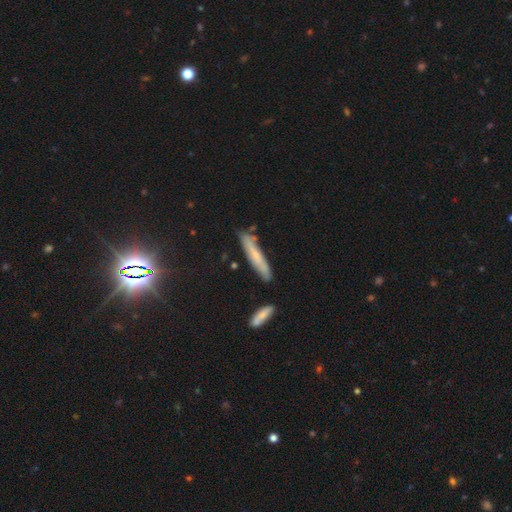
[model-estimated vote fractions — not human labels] This is possibly a smooth galaxy (53%). How rounded: clearly cigar-shaped (91%). Merging: likely none (79%).